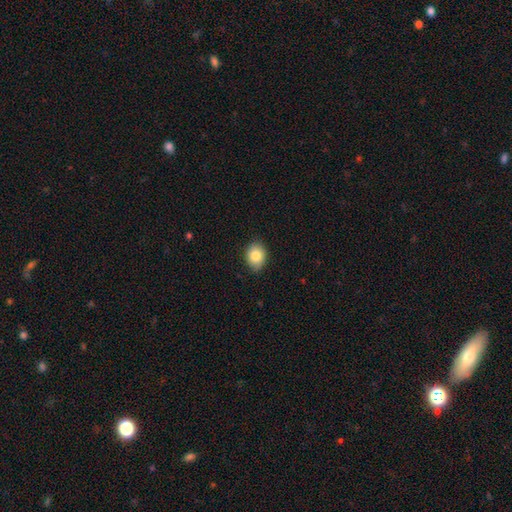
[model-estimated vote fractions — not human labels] smooth-or-featured: smooth: 83% | star or artifact: 8% | featured or disk: 8%
  how-rounded: in between: 54% | round: 45% | cigar-shaped: 1%
  merging: none: 85% | minor disturbance: 12% | major disturbance: 2% | merger: 1%